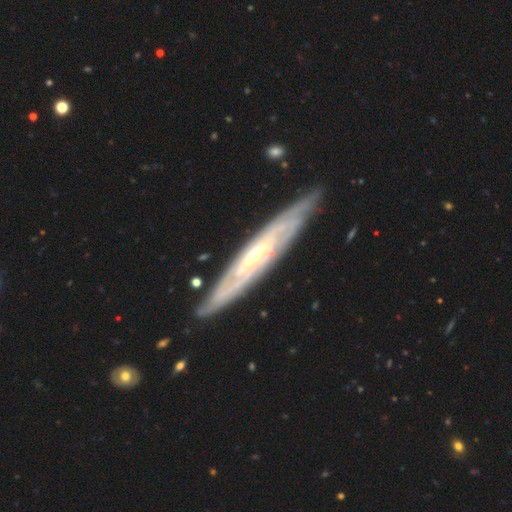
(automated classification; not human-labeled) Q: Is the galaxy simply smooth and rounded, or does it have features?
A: featured or disk — 83%.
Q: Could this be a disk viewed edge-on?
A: no — 52%.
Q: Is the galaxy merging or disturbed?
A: none — 84%.